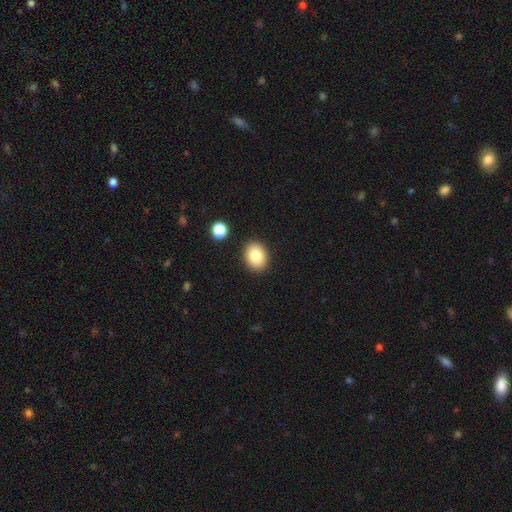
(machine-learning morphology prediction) smooth-or-featured: smooth: 84% | star or artifact: 8% | featured or disk: 8%
  how-rounded: in between: 63% | round: 36% | cigar-shaped: 1%
  merging: none: 88% | minor disturbance: 8% | merger: 2% | major disturbance: 2%